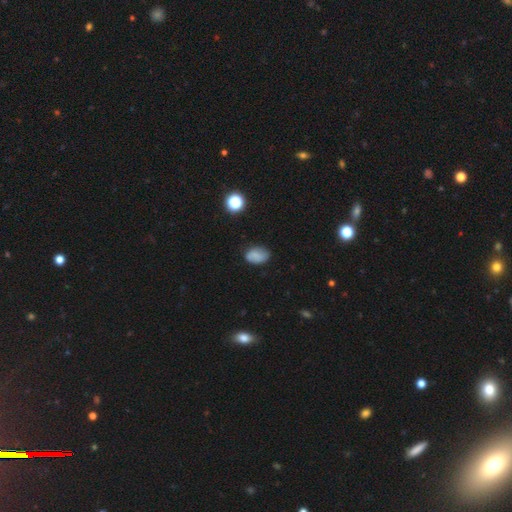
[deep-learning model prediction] Smooth or featured? smooth (77%)
How rounded? in between (83%)
Merging? none (75%)